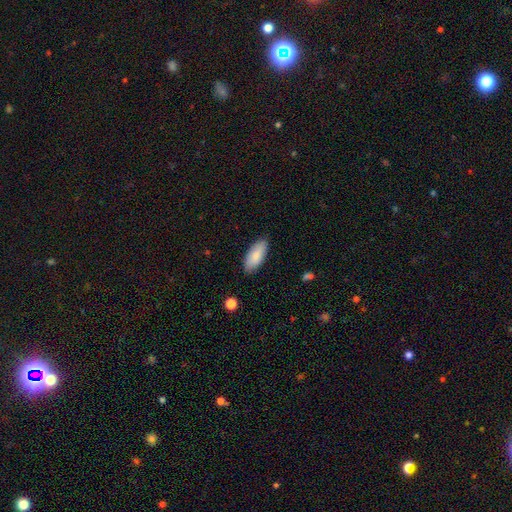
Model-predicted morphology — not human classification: Smooth or featured? Predicted: smooth (p=0.85). How rounded? Predicted: in between (p=0.86). Merging? Predicted: none (p=0.85).